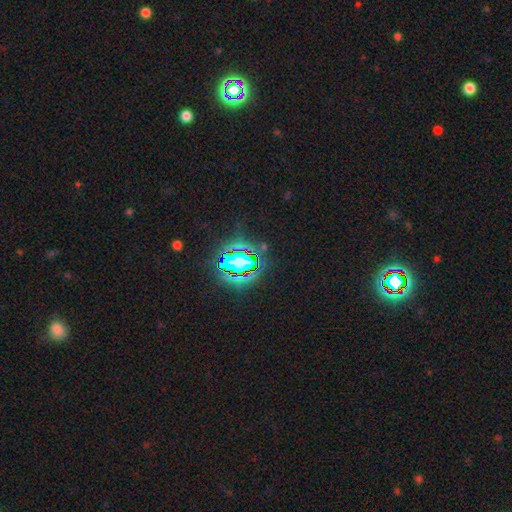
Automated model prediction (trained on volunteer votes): Smooth or featured?
  - star or artifact: 83% *
  - smooth: 10%
  - featured or disk: 7%